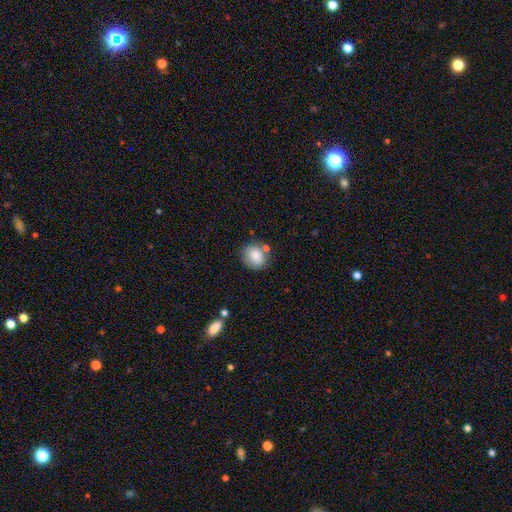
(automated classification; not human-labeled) Overall: smooth (78%). How rounded: round (79%). Merging: none (70%).